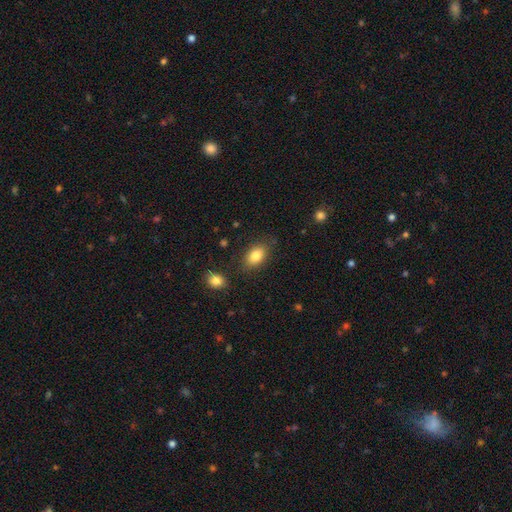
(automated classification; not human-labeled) A smooth galaxy with no disk features (83%) that is in between round and cigar-shaped (86%).

Vote fractions:
- Smooth or featured? smooth: 83% / featured or disk: 8% / star or artifact: 8%
- How rounded? in between: 86% / round: 12% / cigar-shaped: 2%
- Merging? none: 81% / minor disturbance: 13% / major disturbance: 3% / merger: 3%